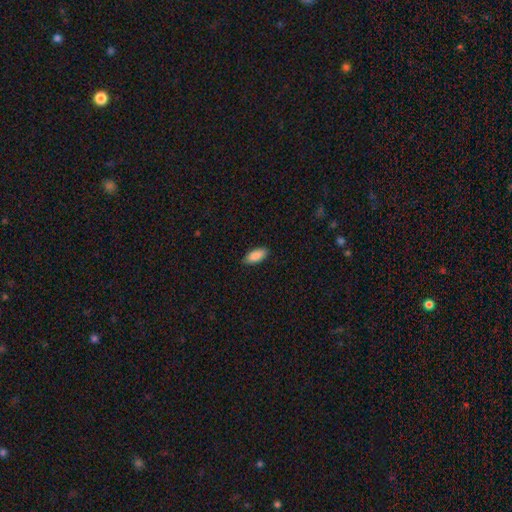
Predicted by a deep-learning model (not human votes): smooth_or_featured: smooth (p=0.90) [alt: star or artifact p=0.06]
how_rounded: in between (p=0.87) [alt: cigar-shaped p=0.11]
merging: none (p=0.86) [alt: minor disturbance p=0.11]